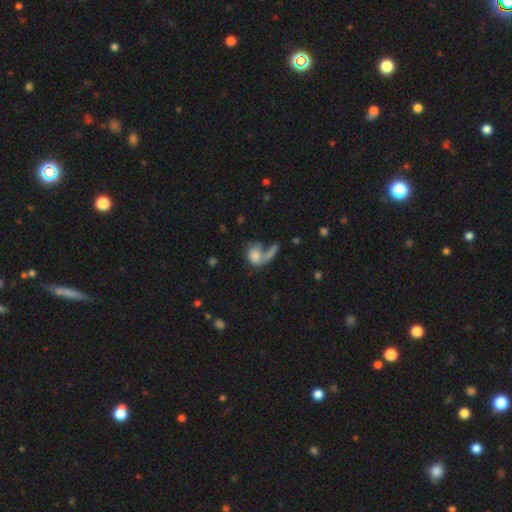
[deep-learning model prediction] Smooth or featured: smooth — 69% (featured or disk — 21%)
How rounded: in between — 55% (round — 42%)
Merging: merger — 41% (none — 25%)